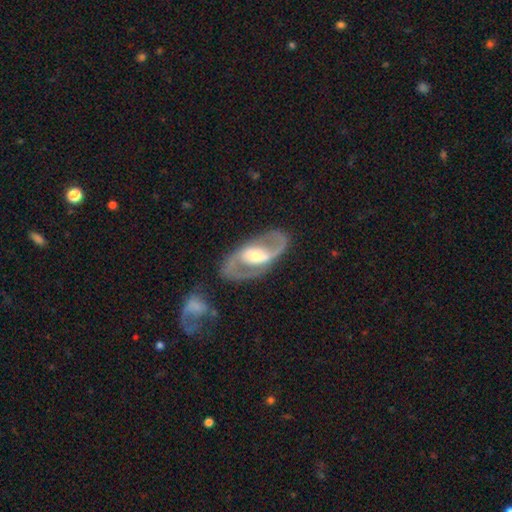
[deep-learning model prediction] Q: Smooth or featured?
A: featured or disk (88%); runner-up: smooth (8%)
Q: Edge-on disk?
A: no (95%); runner-up: yes (5%)
Q: Bar?
A: weak (37%); runner-up: strong (33%)
Q: Spiral arms?
A: yes (90%); runner-up: no (10%)
Q: Spiral winding?
A: medium (57%); runner-up: loose (22%)
Q: Spiral arm count?
A: 2 (92%); runner-up: can't tell (4%)
Q: Bulge size?
A: moderate (64%); runner-up: small (24%)
Q: Merging?
A: none (81%); runner-up: minor disturbance (11%)